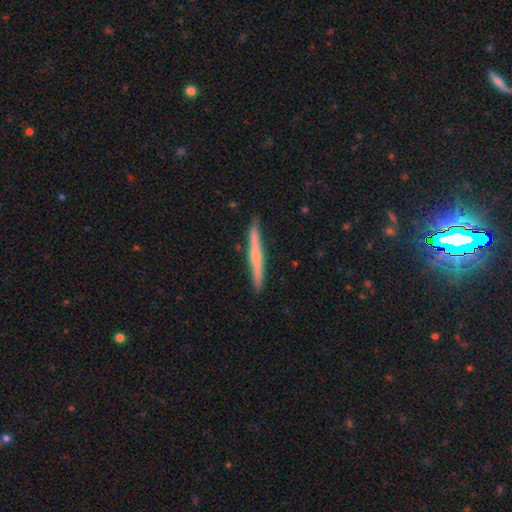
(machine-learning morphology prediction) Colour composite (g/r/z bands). It shows a featured or disk galaxy (50%). Merging: none (90%).